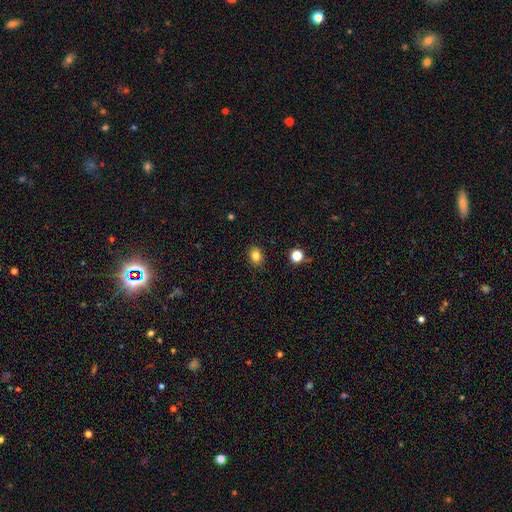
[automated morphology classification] This is clearly a smooth galaxy (81%). How rounded: possibly round (55%). Merging: clearly none (87%).